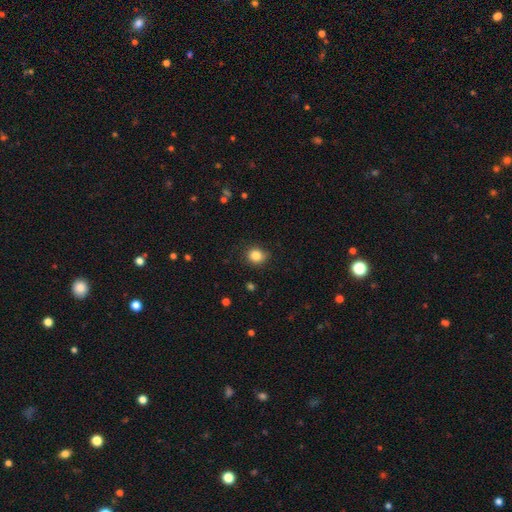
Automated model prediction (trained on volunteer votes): Smooth or featured? smooth (85%)
How rounded? round (78%)
Merging? none (82%)